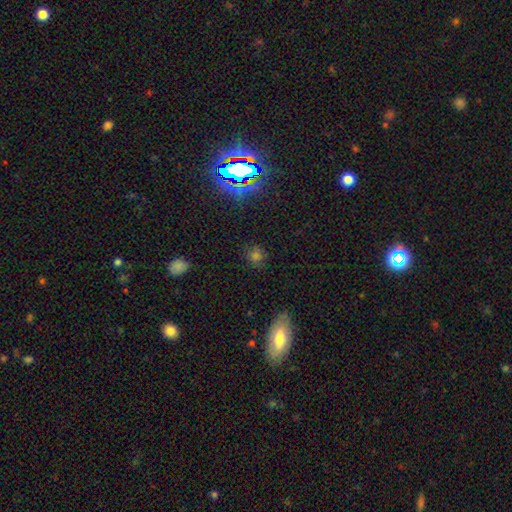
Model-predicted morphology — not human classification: Smooth or featured? Predicted: smooth (p=0.60). How rounded? Predicted: round (p=0.81). Merging? Predicted: none (p=0.81).